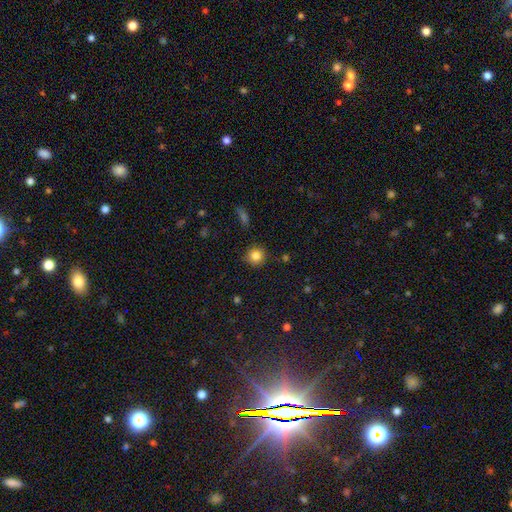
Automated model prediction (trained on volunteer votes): This is clearly a smooth galaxy (83%). How rounded: clearly round (93%). Merging: clearly none (90%).